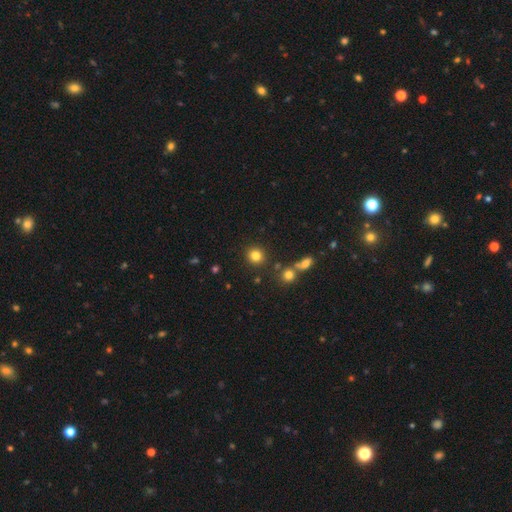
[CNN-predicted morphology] Smooth or featured: smooth — 81% (star or artifact — 13%)
How rounded: round — 88% (in between — 11%)
Merging: none — 85% (minor disturbance — 7%)